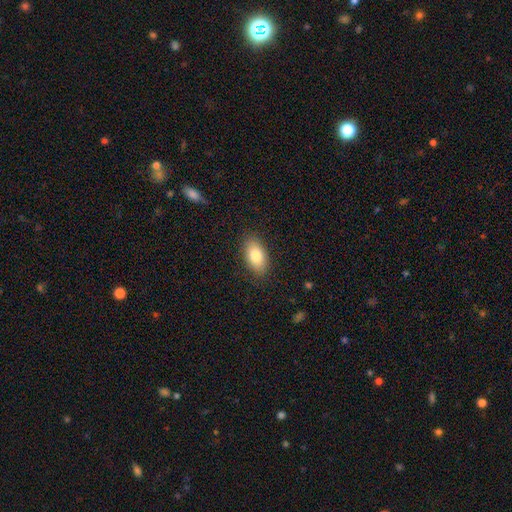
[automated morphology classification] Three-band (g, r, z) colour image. It shows a smooth galaxy with no disk features (82%) that is in between round and cigar-shaped (93%). Merging: none (87%).